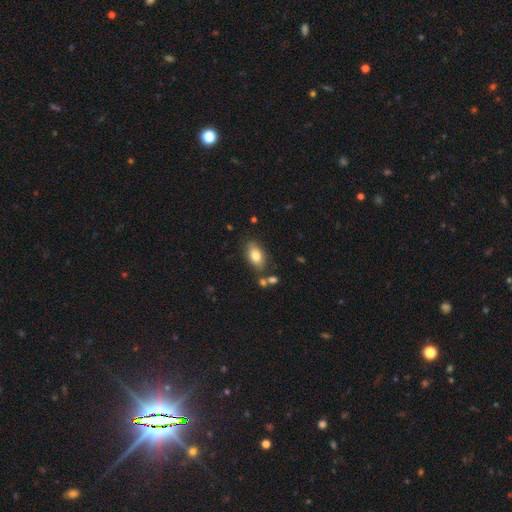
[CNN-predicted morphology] smooth 80%, featured or disk 13%, star or artifact 8%. Down the decision tree: how rounded — in between (91%); merging — none (76%).